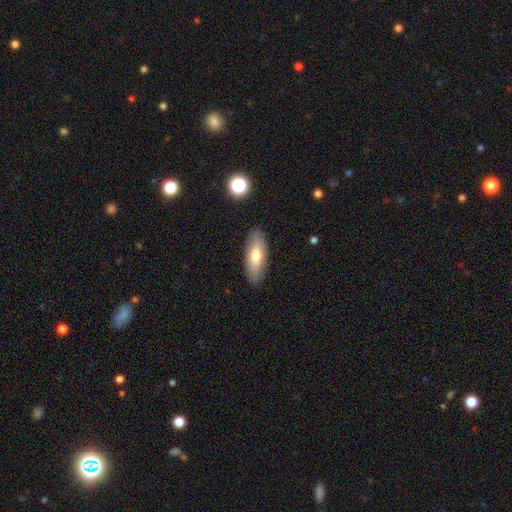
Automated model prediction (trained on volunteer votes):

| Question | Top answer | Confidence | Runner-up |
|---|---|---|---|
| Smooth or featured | smooth | 71% | featured or disk (22%) |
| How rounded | in between | 71% | cigar-shaped (27%) |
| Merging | none | 87% | minor disturbance (9%) |